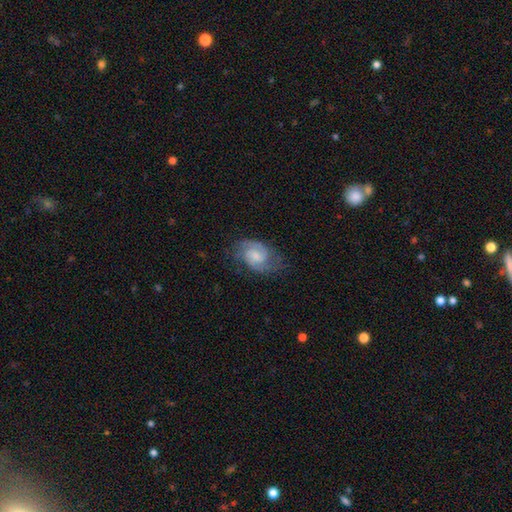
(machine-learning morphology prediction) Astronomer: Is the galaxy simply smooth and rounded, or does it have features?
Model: featured or disk — 80%.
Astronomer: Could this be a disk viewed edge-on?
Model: no — 98%.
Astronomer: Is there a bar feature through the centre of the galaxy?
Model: weak — 48% (runner-up: no, 44%).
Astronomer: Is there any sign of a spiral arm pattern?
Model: yes — 96%.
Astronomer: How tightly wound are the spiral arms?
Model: medium — 51% (runner-up: tight, 35%).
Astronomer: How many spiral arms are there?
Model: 2 — 85%.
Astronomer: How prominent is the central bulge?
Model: small — 39% (runner-up: moderate, 31%).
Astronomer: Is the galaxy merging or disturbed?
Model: none — 69%.